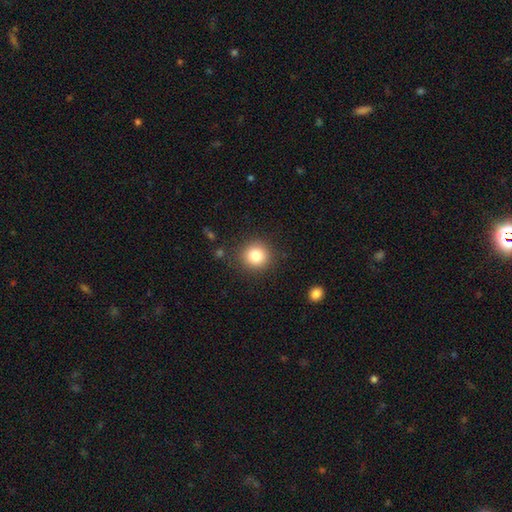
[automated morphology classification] smooth_or_featured: smooth (p=0.82) [alt: star or artifact p=0.11]
how_rounded: round (p=0.92) [alt: in between p=0.07]
merging: none (p=0.88) [alt: minor disturbance p=0.08]